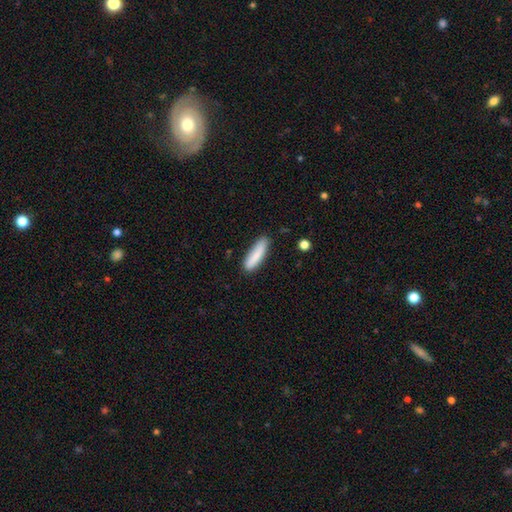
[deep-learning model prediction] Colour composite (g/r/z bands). It shows a smooth galaxy with no disk features (84%) that is cigar-shaped (71%). Merging: none (80%).